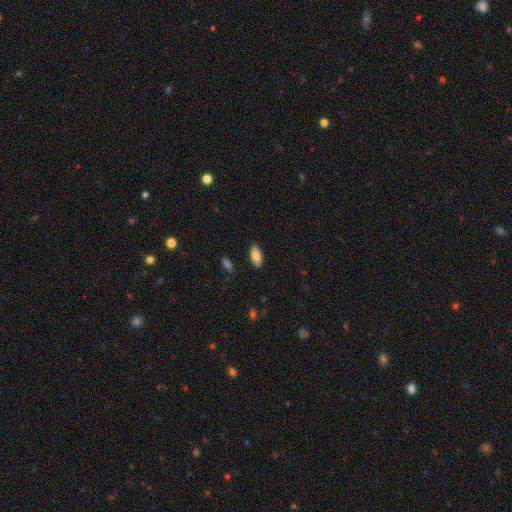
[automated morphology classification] This appears to be a smooth galaxy with no disk features (80%) that is in between round and cigar-shaped (84%). Merging: none (88%).